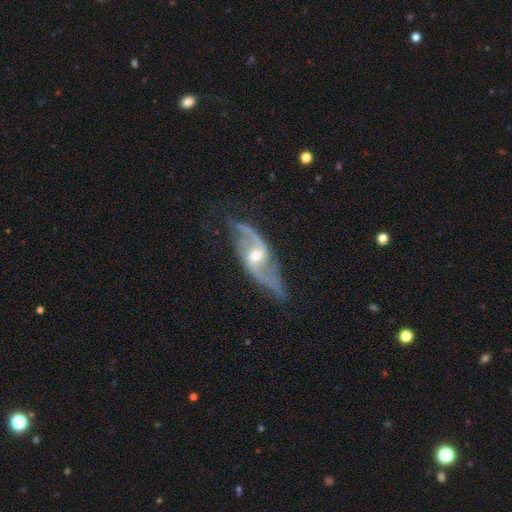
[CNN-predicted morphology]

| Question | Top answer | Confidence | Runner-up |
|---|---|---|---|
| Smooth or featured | featured or disk | 91% | star or artifact (5%) |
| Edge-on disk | no | 93% | yes (7%) |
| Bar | weak | 44% | no (42%) |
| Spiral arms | yes | 97% | no (3%) |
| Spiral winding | loose | 60% | medium (32%) |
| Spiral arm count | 2 | 90% | can't tell (3%) |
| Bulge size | moderate | 57% | small (38%) |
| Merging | none | 72% | minor disturbance (18%) |